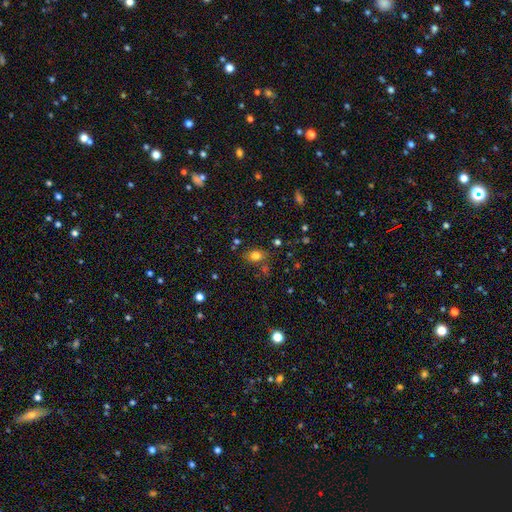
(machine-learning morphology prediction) Q: Smooth or featured?
A: smooth (76%); runner-up: star or artifact (15%)
Q: How rounded?
A: in between (56%); runner-up: round (42%)
Q: Merging?
A: none (75%); runner-up: minor disturbance (15%)